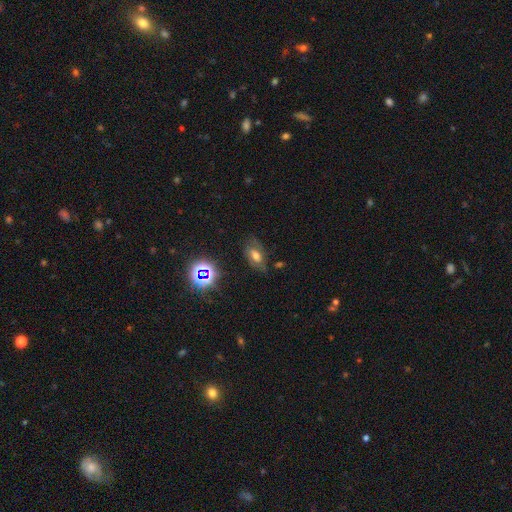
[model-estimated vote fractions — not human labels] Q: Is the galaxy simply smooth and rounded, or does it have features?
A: smooth — 42%.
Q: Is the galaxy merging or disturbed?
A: none — 62%.